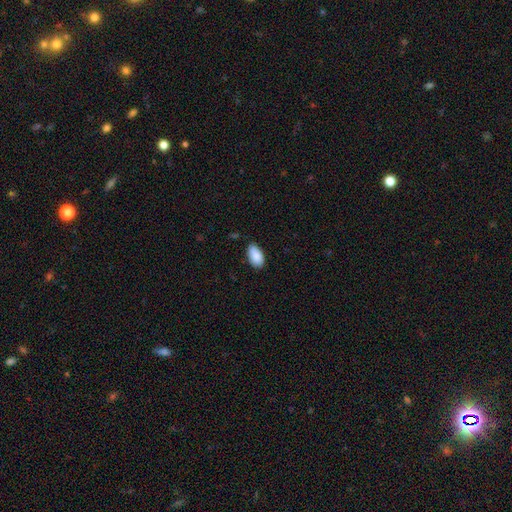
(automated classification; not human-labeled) This appears to be a smooth galaxy with no disk features (89%) that is in between round and cigar-shaped (95%). Merging: none (78%).